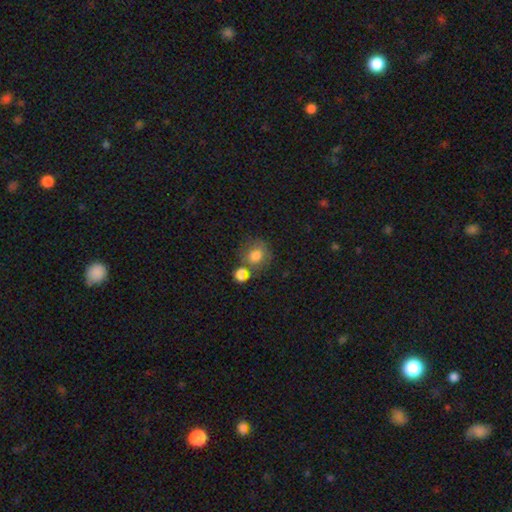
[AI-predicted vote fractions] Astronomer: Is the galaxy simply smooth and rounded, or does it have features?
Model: smooth — 74%.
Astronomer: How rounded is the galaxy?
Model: round — 75%.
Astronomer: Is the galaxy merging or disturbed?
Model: none — 47% (runner-up: merger, 29%).